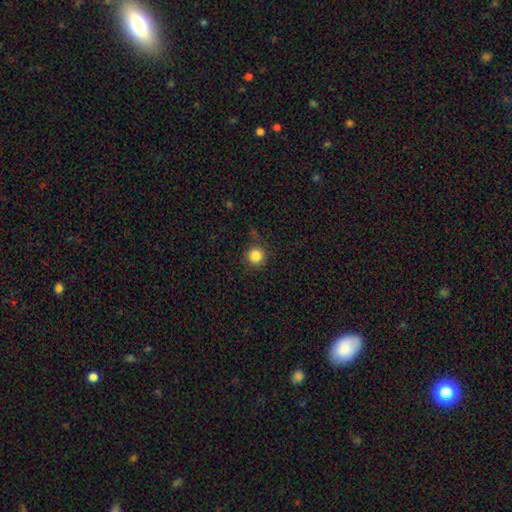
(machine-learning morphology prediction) A smooth galaxy with no disk features (85%) that is round (95%). Merging: none (85%).